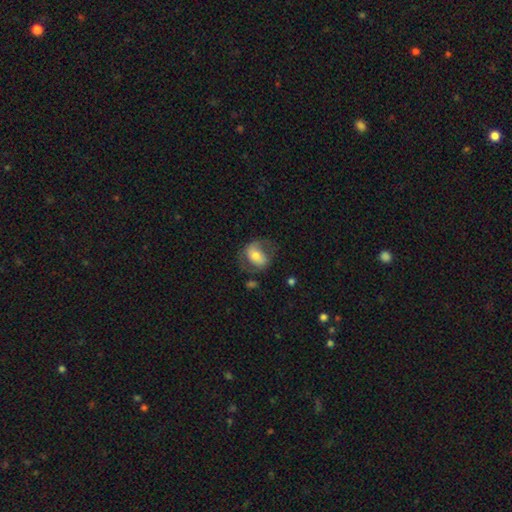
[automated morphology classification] This is possibly a smooth galaxy (47%). Merging: possibly none (57%).